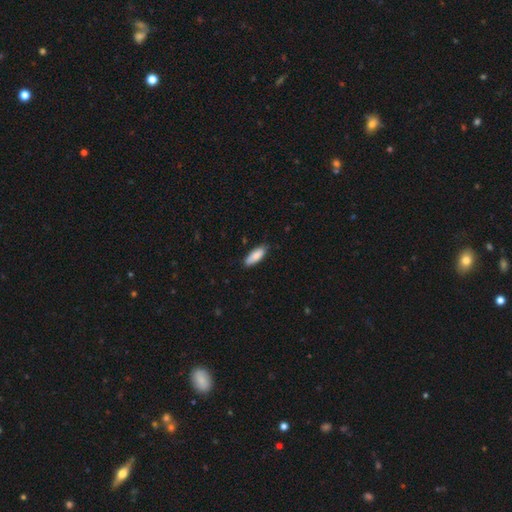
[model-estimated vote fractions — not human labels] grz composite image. It shows a smooth galaxy with no disk features (86%) that is in between round and cigar-shaped (67%). Merging: none (83%).